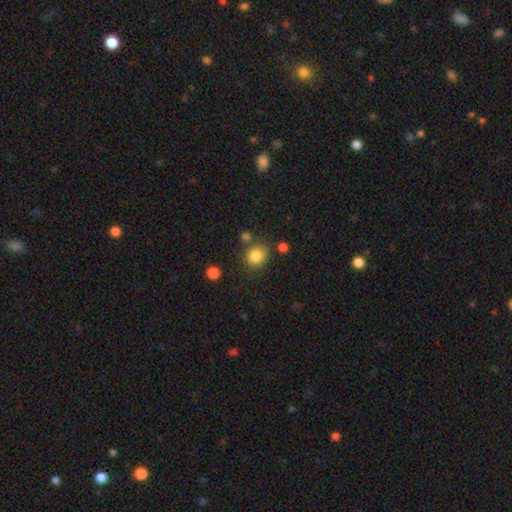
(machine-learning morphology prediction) smooth_or_featured: smooth (p=0.84) [alt: star or artifact p=0.11]
how_rounded: round (p=0.83) [alt: in between p=0.16]
merging: none (p=0.77) [alt: minor disturbance p=0.11]